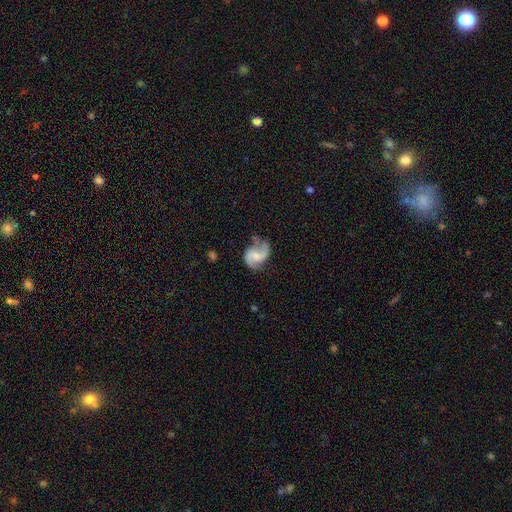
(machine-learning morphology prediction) featured or disk 83%, smooth 11%, star or artifact 5%. Down the decision tree: edge-on disk — no (98%); bar — no (47%); spiral arms — yes (96%); spiral arm count — 2 (90%); spiral winding — medium (46%); bulge size — small (43%); merging — none (64%).